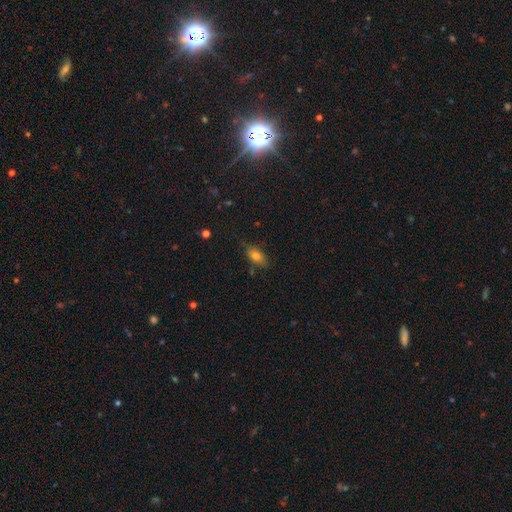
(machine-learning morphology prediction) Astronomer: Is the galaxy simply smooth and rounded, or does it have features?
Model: smooth — 73%.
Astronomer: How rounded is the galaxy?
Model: in between — 83%.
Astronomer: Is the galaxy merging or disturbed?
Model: none — 74%.